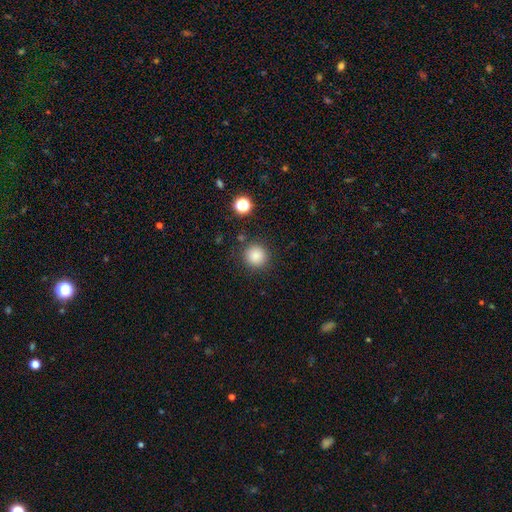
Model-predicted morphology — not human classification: Smooth or featured? Predicted: smooth (p=0.85). How rounded? Predicted: round (p=0.93). Merging? Predicted: none (p=0.87).